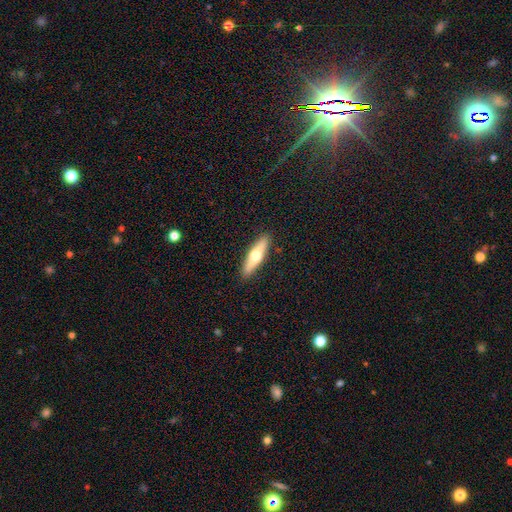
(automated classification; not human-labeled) Q: Smooth or featured?
A: smooth (50%); runner-up: featured or disk (44%)
Q: How rounded?
A: cigar-shaped (71%); runner-up: in between (27%)
Q: Merging?
A: none (91%); runner-up: minor disturbance (7%)